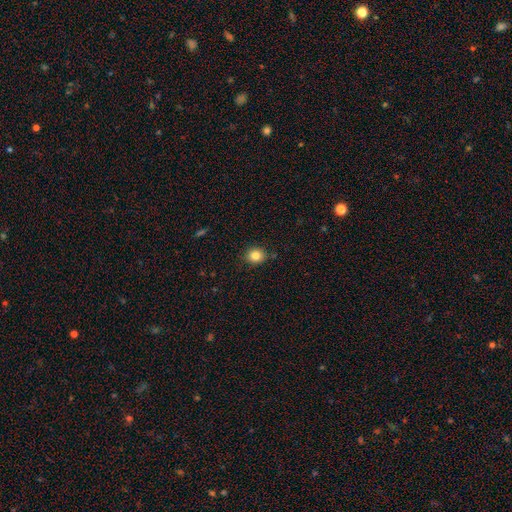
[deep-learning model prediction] This is clearly a smooth galaxy (82%). How rounded: likely round (78%). Merging: clearly none (86%).